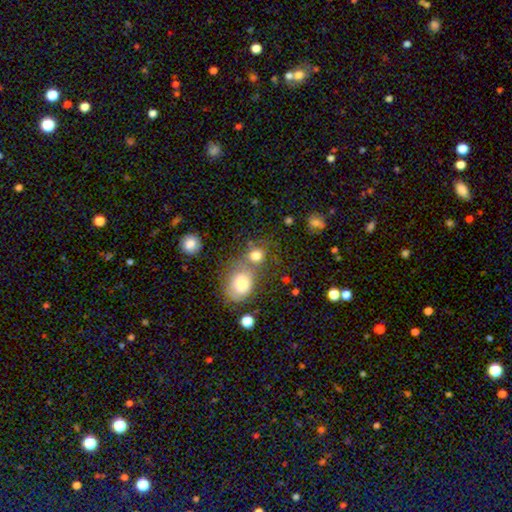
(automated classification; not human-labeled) Overall: smooth (76%). How rounded: round (67%; in between 32%). Merging: merger (42%, tied with none).